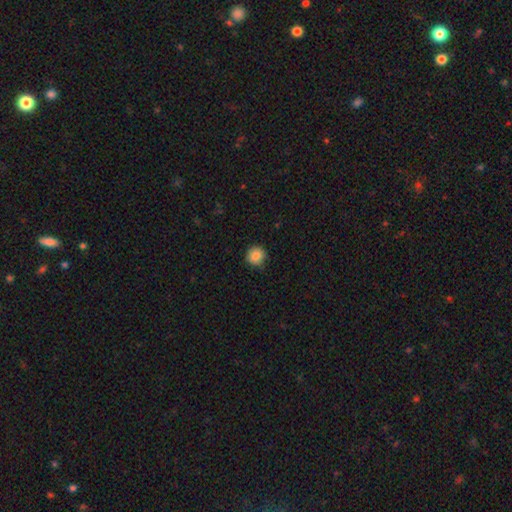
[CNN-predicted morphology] A smooth galaxy with no disk features (85%) that is round (94%). Merging: none (86%).